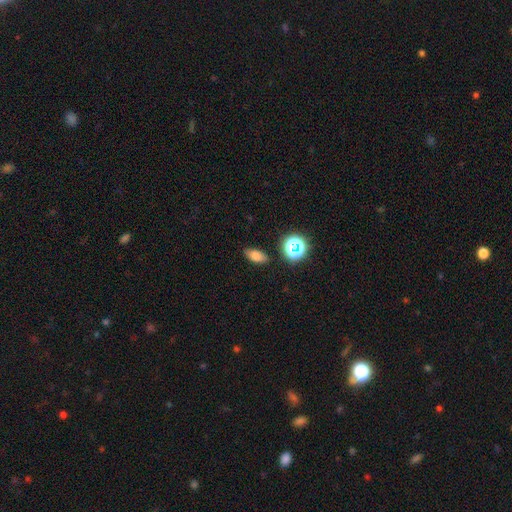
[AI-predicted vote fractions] smooth 75%, star or artifact 15%, featured or disk 10%. Down the decision tree: how rounded — in between (84%); merging — none (85%).